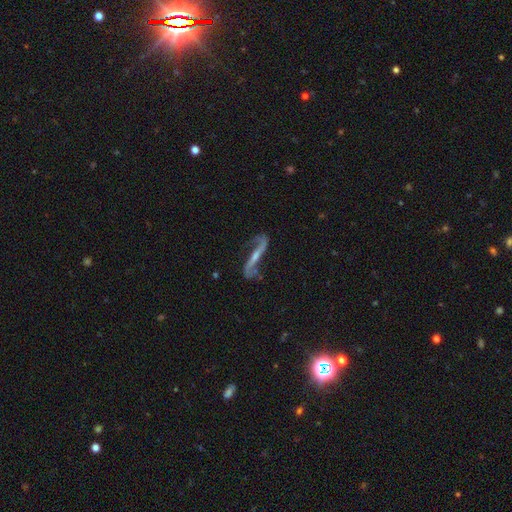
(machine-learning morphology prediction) featured or disk 85%, star or artifact 9%, smooth 6%. Down the decision tree: edge-on disk — no (81%); bar — strong (43%); spiral arms — yes (94%); spiral arm count — 2 (92%); spiral winding — loose (78%); bulge size — small (58%); merging — none (75%).